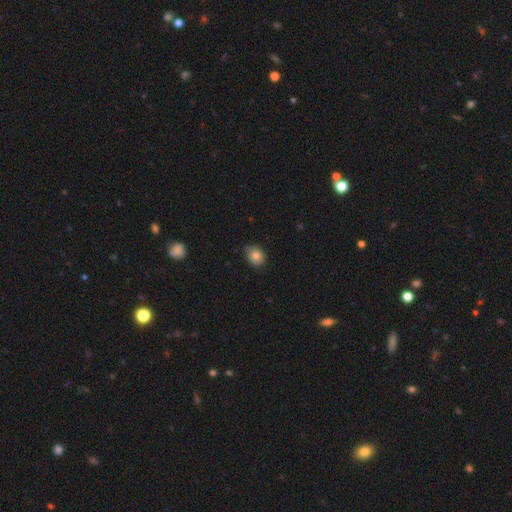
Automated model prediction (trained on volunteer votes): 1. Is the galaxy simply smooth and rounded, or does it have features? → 82% smooth, 9% star or artifact, 8% featured or disk.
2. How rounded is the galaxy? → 58% round, 41% in between, 1% cigar-shaped.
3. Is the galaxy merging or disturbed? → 72% none, 24% minor disturbance, 3% major disturbance, 1% merger.